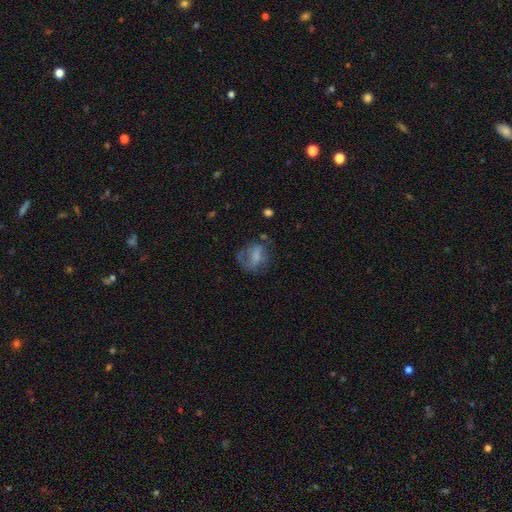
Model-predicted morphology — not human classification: Smooth or featured? smooth (52%)
How rounded? in between (55%)
Merging? none (42%)